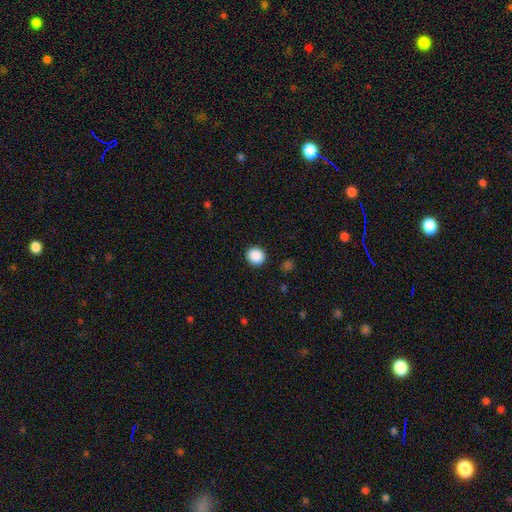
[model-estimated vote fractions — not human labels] smooth 89%, star or artifact 9%, featured or disk 2%. Down the decision tree: how rounded — round (84%); merging — none (91%).